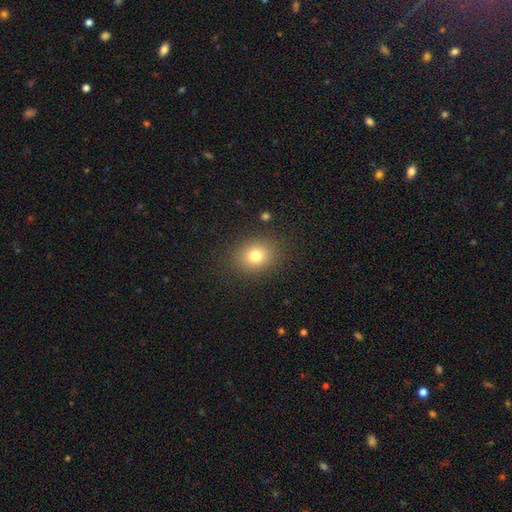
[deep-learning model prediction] smooth_or_featured: smooth (p=0.78) [alt: star or artifact p=0.13]
how_rounded: round (p=0.58) [alt: in between p=0.41]
merging: none (p=0.87) [alt: minor disturbance p=0.09]